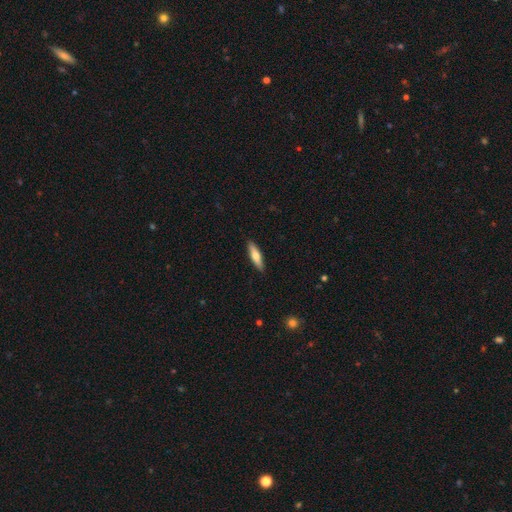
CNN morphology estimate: The model was most divided on "smooth or featured": smooth: 65%, featured or disk: 30%, star or artifact: 6%. More confident: merging — none (90%); how rounded — cigar-shaped (68%).